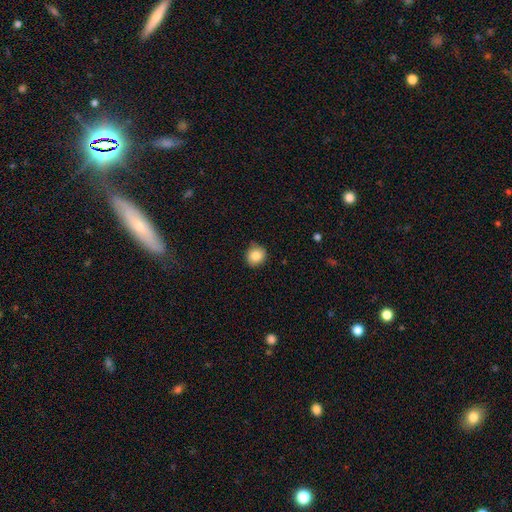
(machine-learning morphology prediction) smooth_or_featured: smooth (p=0.84) [alt: star or artifact p=0.09]
how_rounded: round (p=0.87) [alt: in between p=0.12]
merging: none (p=0.84) [alt: minor disturbance p=0.13]